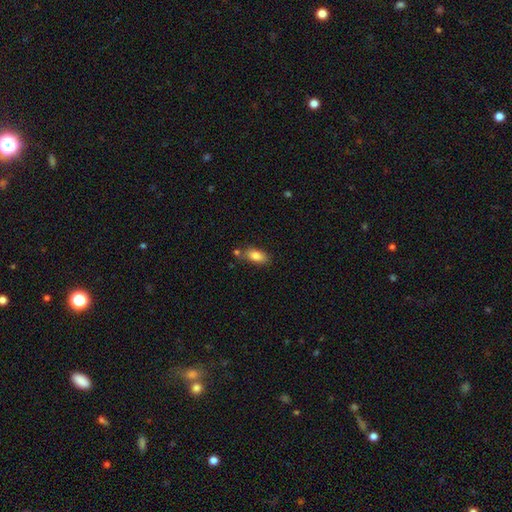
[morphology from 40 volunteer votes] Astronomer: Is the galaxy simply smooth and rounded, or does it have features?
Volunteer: smooth — 88%.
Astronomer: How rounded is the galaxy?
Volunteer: in between — 91%.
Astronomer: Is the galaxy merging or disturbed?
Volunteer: none — 65%.